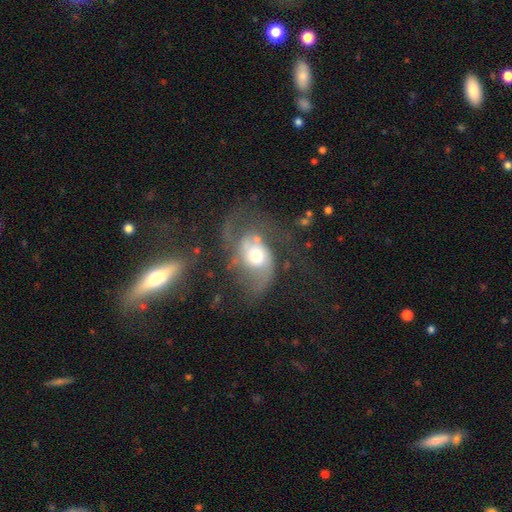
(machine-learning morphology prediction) Smooth or featured? Predicted: featured or disk (p=0.68). Edge-on disk? Predicted: no (p=0.96). Bar? Predicted: no (p=0.72). Spiral arms? Predicted: yes (p=0.81). Spiral winding? Predicted: loose (p=0.44). Spiral arm count? Predicted: 2 (p=0.69). Bulge size? Predicted: moderate (p=0.63). Merging? Predicted: none (p=0.38).